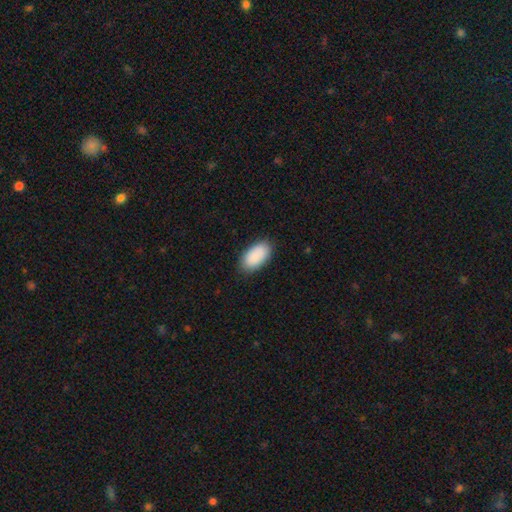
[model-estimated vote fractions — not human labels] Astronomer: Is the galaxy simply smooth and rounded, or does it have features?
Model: smooth — 91%.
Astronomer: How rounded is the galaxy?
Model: in between — 96%.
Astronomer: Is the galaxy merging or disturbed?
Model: none — 87%.